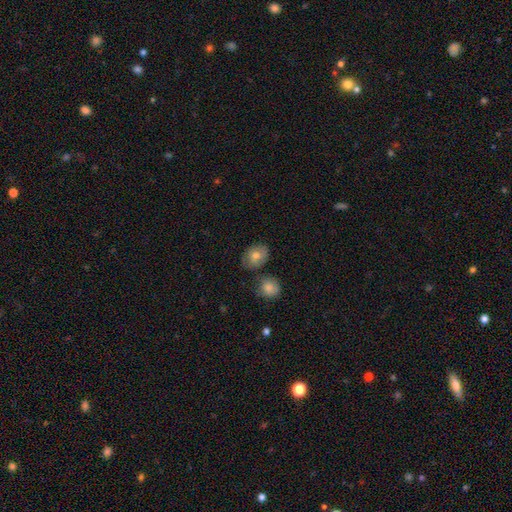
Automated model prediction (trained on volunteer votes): Smooth or featured? smooth (72%)
How rounded? in between (63%)
Merging? none (72%)